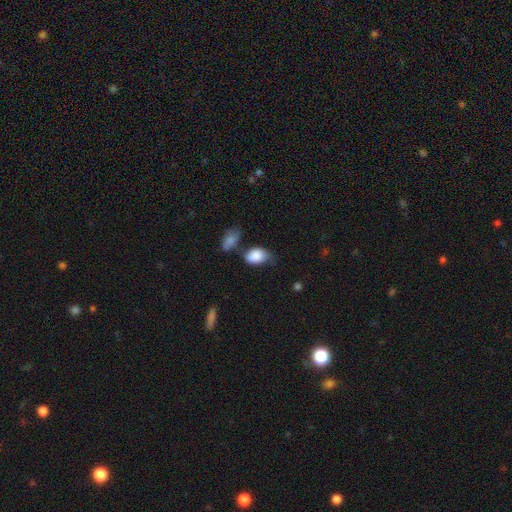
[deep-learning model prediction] This is clearly a smooth galaxy (86%). How rounded: clearly in between (86%). Merging: marginally none (39%).